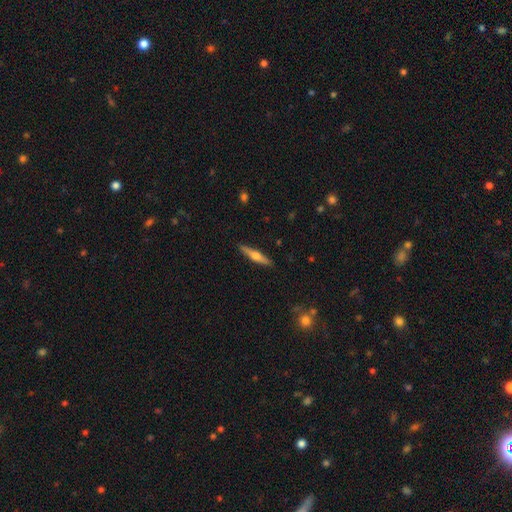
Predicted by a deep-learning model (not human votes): Q: Smooth or featured?
A: featured or disk (60%); runner-up: smooth (35%)
Q: Edge-on disk?
A: yes (97%); runner-up: no (3%)
Q: Edge-on bulge?
A: rounded (92%); runner-up: none (5%)
Q: Merging?
A: none (91%); runner-up: minor disturbance (7%)